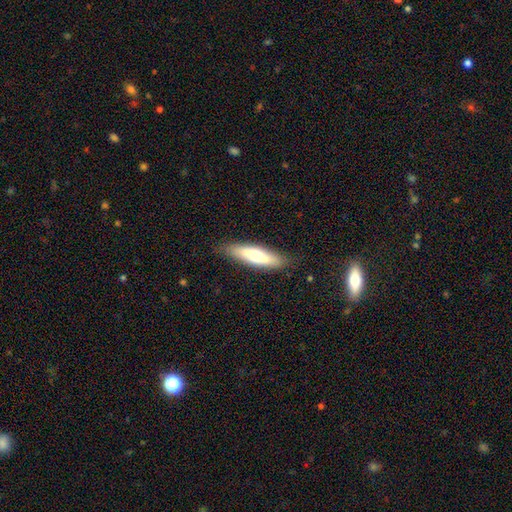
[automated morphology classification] Smooth or featured? Predicted: smooth (p=0.61). How rounded? Predicted: cigar-shaped (p=0.65). Merging? Predicted: none (p=0.84).